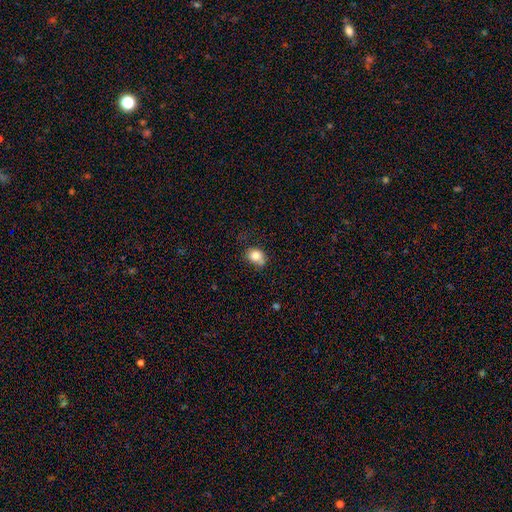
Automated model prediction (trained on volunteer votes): A smooth galaxy with no disk features (82%) that is round (51%).

Vote fractions:
- Smooth or featured? smooth: 82% / star or artifact: 10% / featured or disk: 9%
- How rounded? round: 51% / in between: 48% / cigar-shaped: 1%
- Merging? none: 50% / minor disturbance: 30% / major disturbance: 10% / merger: 10%